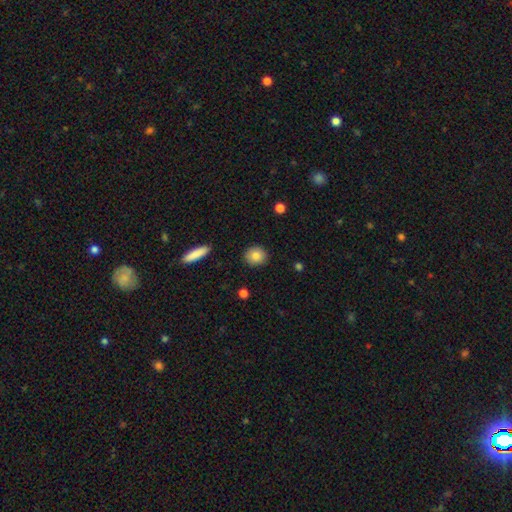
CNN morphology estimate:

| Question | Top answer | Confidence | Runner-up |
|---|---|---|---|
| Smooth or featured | smooth | 84% | star or artifact (8%) |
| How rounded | round | 82% | in between (16%) |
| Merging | none | 90% | minor disturbance (7%) |